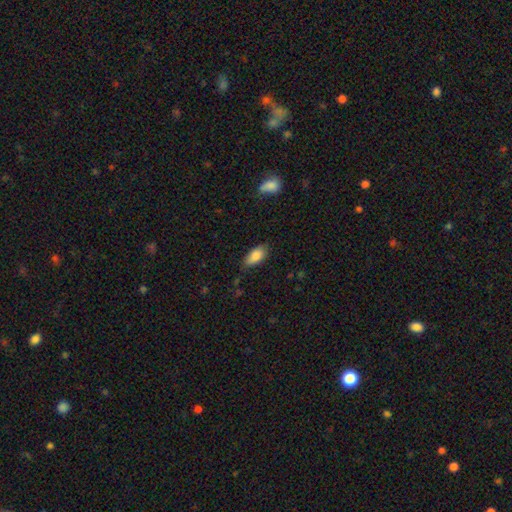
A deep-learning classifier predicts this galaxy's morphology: Smooth or featured? smooth (85%)
How rounded? in between (90%)
Merging? none (77%)